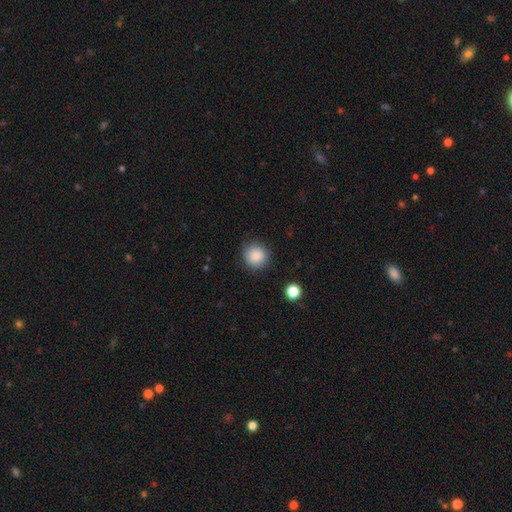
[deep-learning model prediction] smooth_or_featured: smooth (p=0.87) [alt: star or artifact p=0.09]
how_rounded: round (p=0.91) [alt: in between p=0.08]
merging: none (p=0.84) [alt: minor disturbance p=0.11]